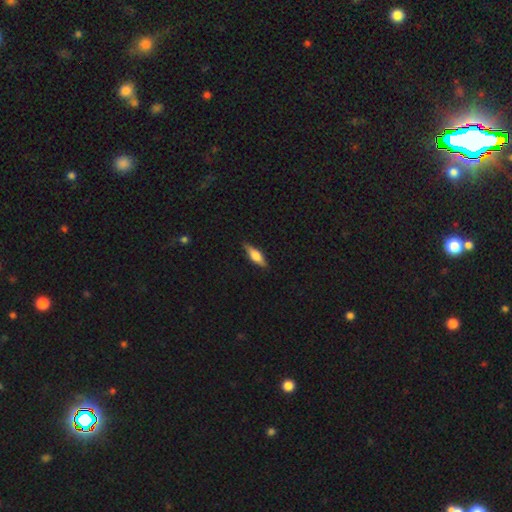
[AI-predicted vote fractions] Smooth or featured?
  - smooth: 62% *
  - featured or disk: 32%
  - star or artifact: 6%
How rounded?
  - in between: 53% *
  - cigar-shaped: 44%
  - round: 3%
Merging?
  - none: 85% *
  - minor disturbance: 12%
  - major disturbance: 2%
  - merger: 1%